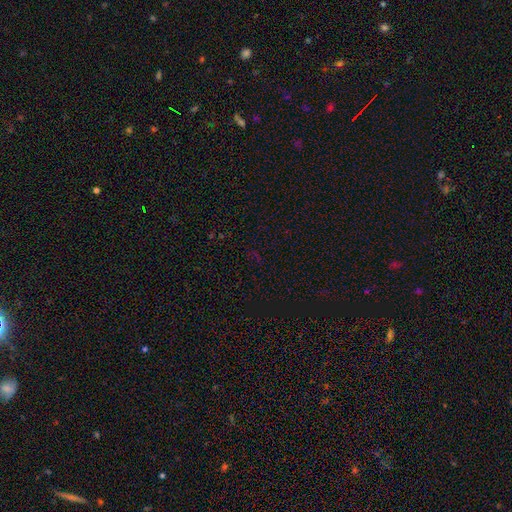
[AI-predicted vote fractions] This appears to be a star or artifact, not a galaxy (73%).